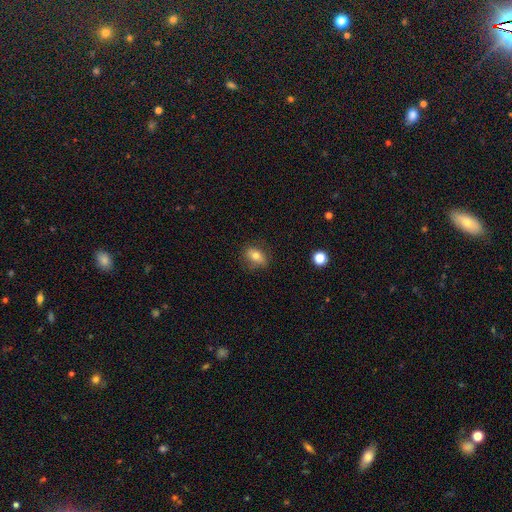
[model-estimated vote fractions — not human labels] This is likely a smooth galaxy (72%). How rounded: likely in between (72%). Merging: likely none (76%).